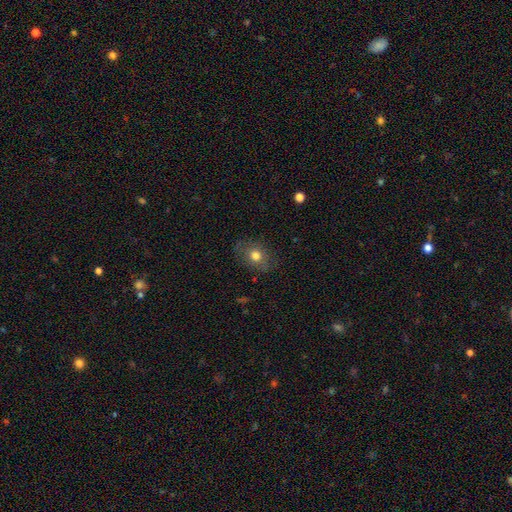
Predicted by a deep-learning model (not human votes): Morphology: type=smooth (73%); roundness=in between (53%); merging=none (78%).